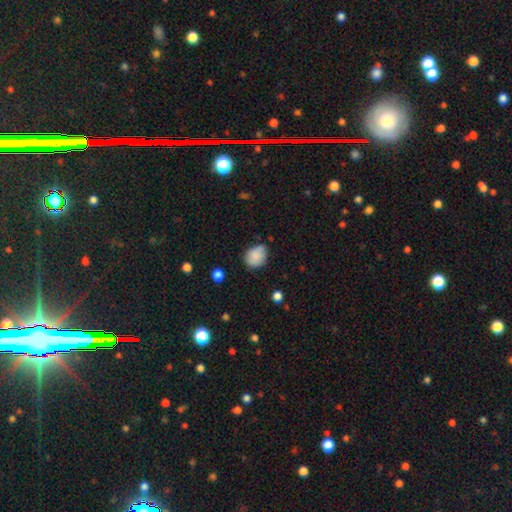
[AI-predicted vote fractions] The model was most divided on "how rounded": round: 51%, in between: 48%, cigar-shaped: 1%. More confident: smooth or featured — smooth (86%); merging — none (68%).